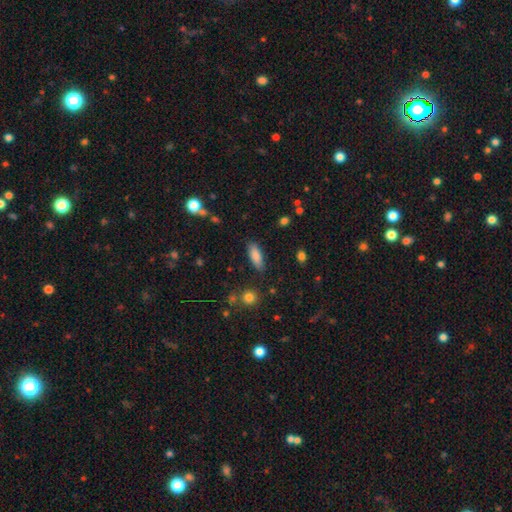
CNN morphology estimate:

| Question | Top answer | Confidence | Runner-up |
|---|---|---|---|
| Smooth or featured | smooth | 84% | featured or disk (8%) |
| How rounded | in between | 67% | cigar-shaped (31%) |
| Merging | none | 84% | minor disturbance (11%) |